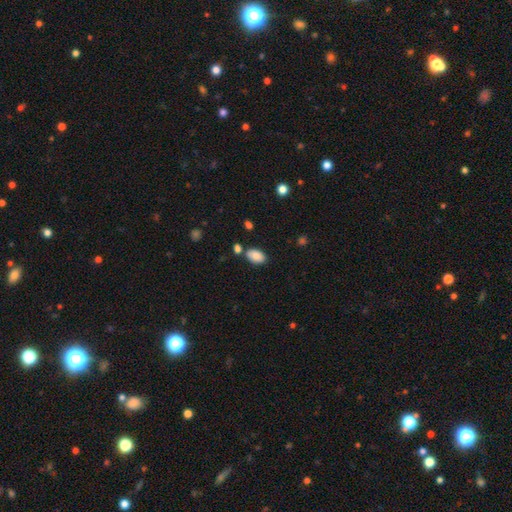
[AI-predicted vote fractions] This appears to be a smooth galaxy with no disk features (86%) that is in between round and cigar-shaped (93%). Merging: none (74%).